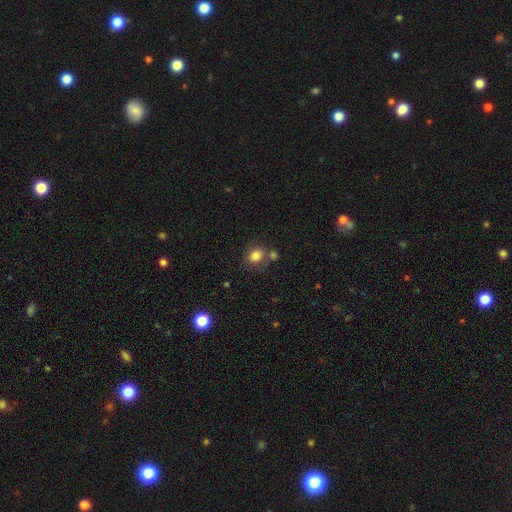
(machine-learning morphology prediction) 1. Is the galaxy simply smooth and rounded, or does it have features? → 83% smooth, 11% star or artifact, 7% featured or disk.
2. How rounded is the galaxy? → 63% round, 36% in between, 1% cigar-shaped.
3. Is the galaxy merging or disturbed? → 61% none, 21% merger, 13% minor disturbance, 5% major disturbance.